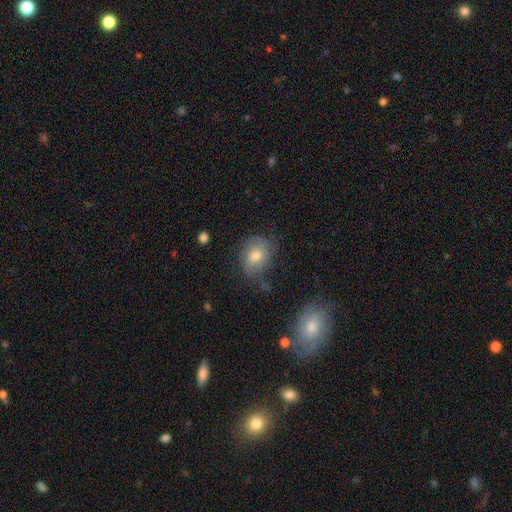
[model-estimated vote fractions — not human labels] Overall: smooth (53%; featured or disk 36%). How rounded: in between (51%; round 48%). Merging: none (59%; minor disturbance 26%).